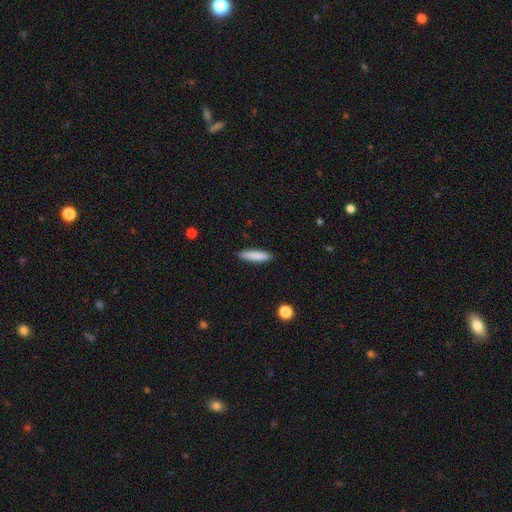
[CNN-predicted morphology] Smooth or featured: smooth — 85% (featured or disk — 9%)
How rounded: cigar-shaped — 79% (in between — 20%)
Merging: none — 89% (minor disturbance — 8%)